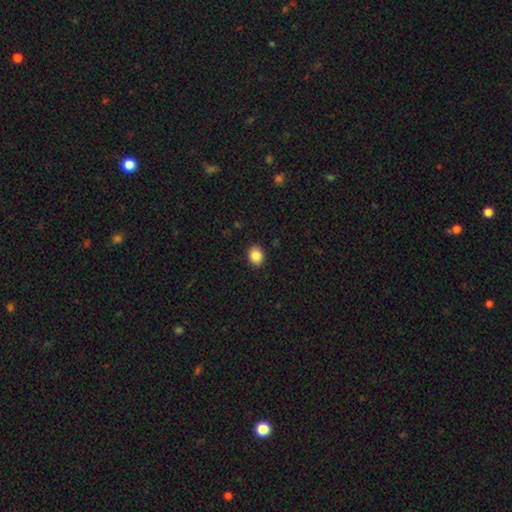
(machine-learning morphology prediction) smooth 87%, star or artifact 9%, featured or disk 4%. Down the decision tree: how rounded — round (53%); merging — none (90%).